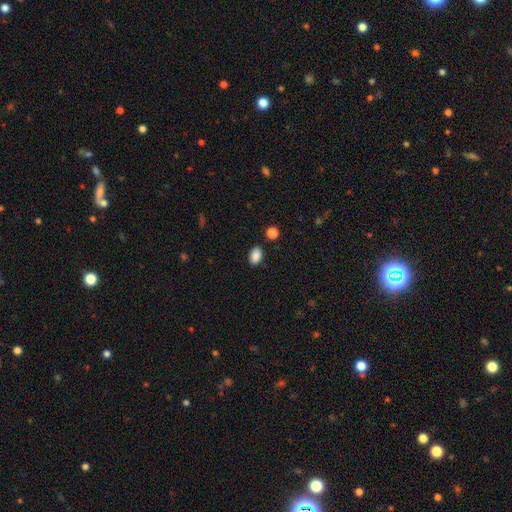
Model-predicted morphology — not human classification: Overall: smooth (89%). How rounded: in between (88%). Merging: none (86%).